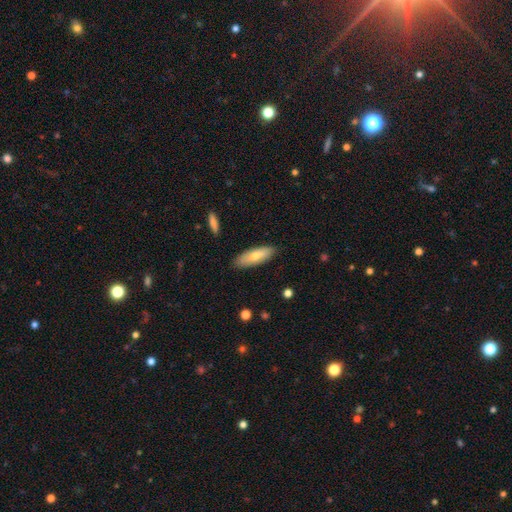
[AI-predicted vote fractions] This is likely a smooth galaxy (73%). How rounded: likely in between (61%). Merging: clearly none (86%).